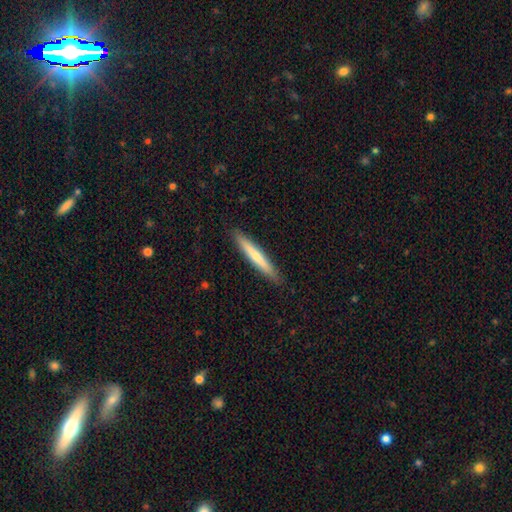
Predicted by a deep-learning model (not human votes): The model was most divided on "smooth or featured": smooth: 55%, featured or disk: 38%, star or artifact: 7%. More confident: how rounded — cigar-shaped (95%); merging — none (91%).